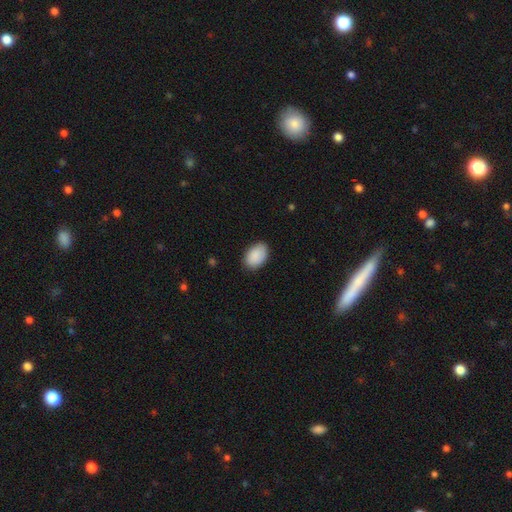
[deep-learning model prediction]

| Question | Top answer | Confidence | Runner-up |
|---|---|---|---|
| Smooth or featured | smooth | 90% | star or artifact (6%) |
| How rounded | in between | 89% | round (10%) |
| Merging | none | 85% | minor disturbance (12%) |